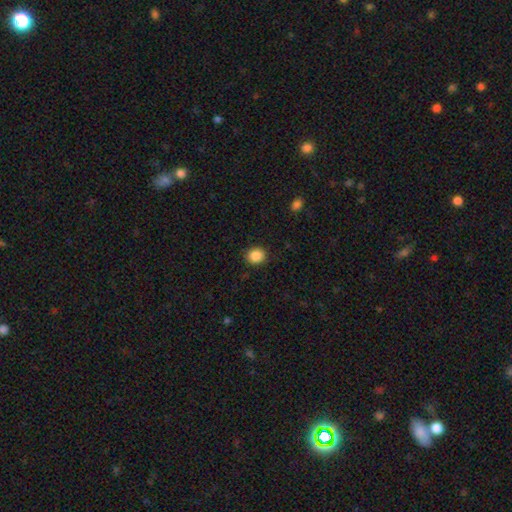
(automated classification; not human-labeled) Smooth or featured? smooth (88%)
How rounded? round (77%)
Merging? none (90%)